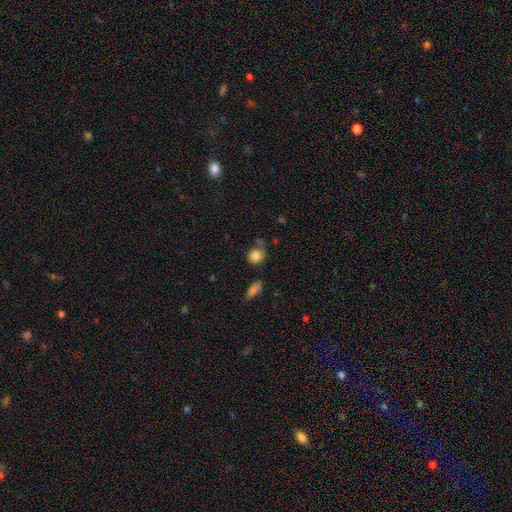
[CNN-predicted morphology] This appears to be a smooth galaxy with no disk features (83%) that is round (79%). Merging: none (64%).